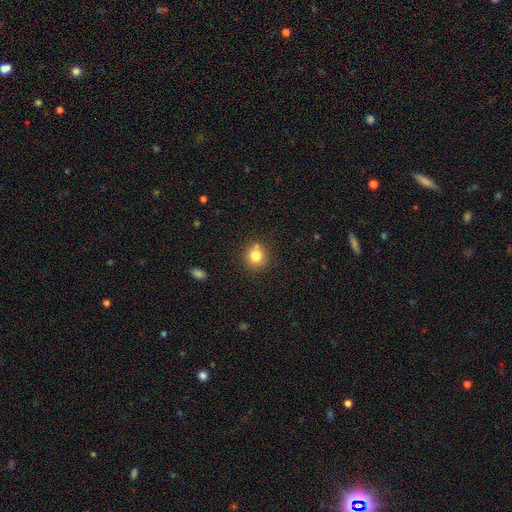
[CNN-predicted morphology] smooth_or_featured: smooth (p=0.79) [alt: star or artifact p=0.12]
how_rounded: round (p=0.83) [alt: in between p=0.16]
merging: none (p=0.75) [alt: minor disturbance p=0.12]